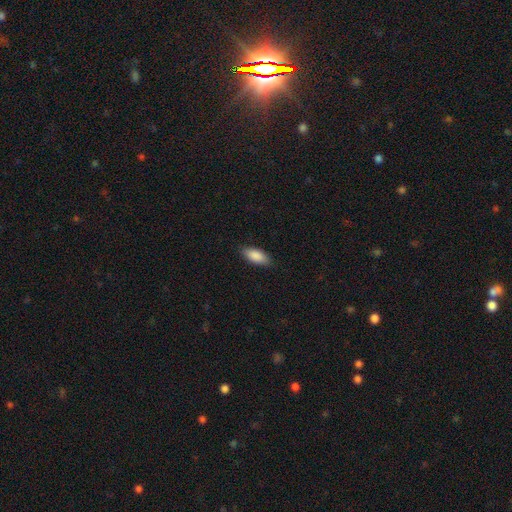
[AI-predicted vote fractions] Q: Smooth or featured?
A: smooth (89%); runner-up: star or artifact (6%)
Q: How rounded?
A: in between (84%); runner-up: cigar-shaped (14%)
Q: Merging?
A: none (87%); runner-up: minor disturbance (10%)